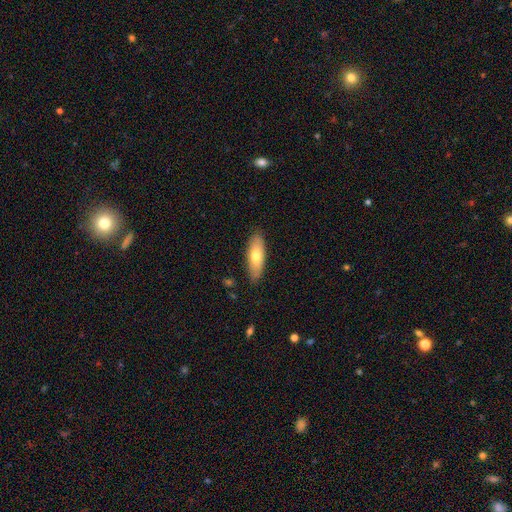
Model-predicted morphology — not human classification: A smooth galaxy with no disk features (68%) that is in between round and cigar-shaped (62%). Merging: none (86%).